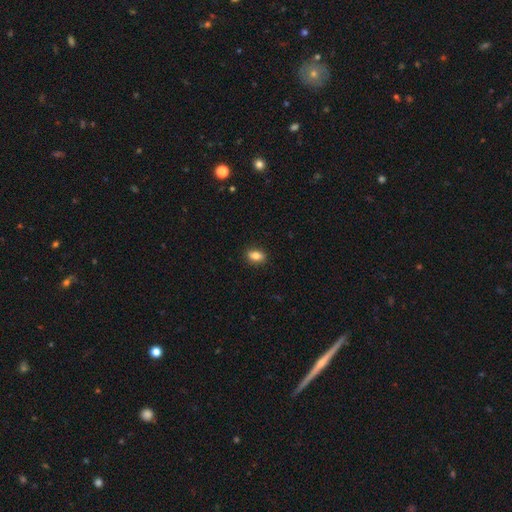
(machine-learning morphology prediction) Q: Smooth or featured?
A: smooth (83%); runner-up: featured or disk (8%)
Q: How rounded?
A: in between (83%); runner-up: round (14%)
Q: Merging?
A: none (89%); runner-up: minor disturbance (8%)